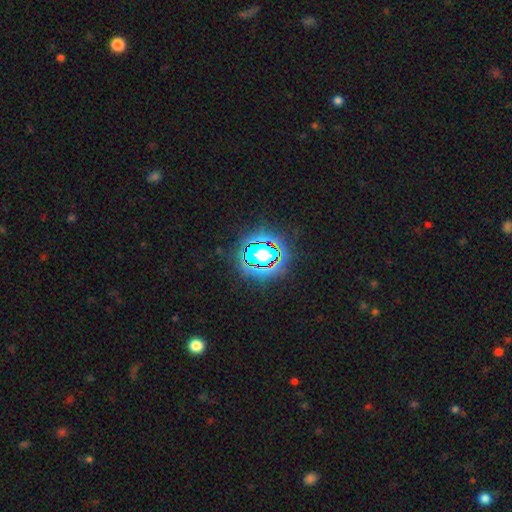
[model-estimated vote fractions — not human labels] This appears to be a star or artifact, not a galaxy (78%).